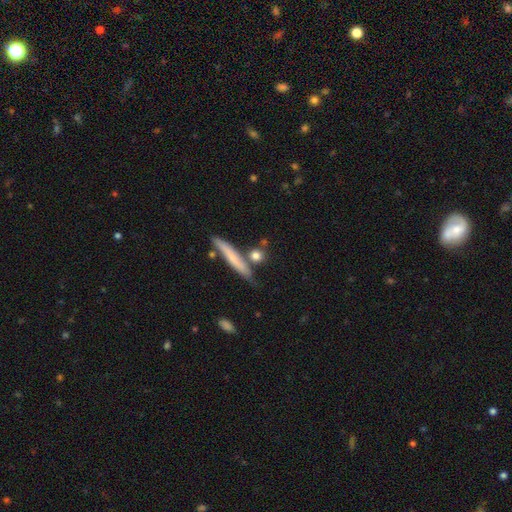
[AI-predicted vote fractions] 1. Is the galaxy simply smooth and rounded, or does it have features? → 74% smooth, 18% featured or disk, 8% star or artifact.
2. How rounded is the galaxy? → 48% round, 39% cigar-shaped, 13% in between.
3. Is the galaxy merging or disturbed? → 71% none, 13% merger, 13% minor disturbance, 4% major disturbance.